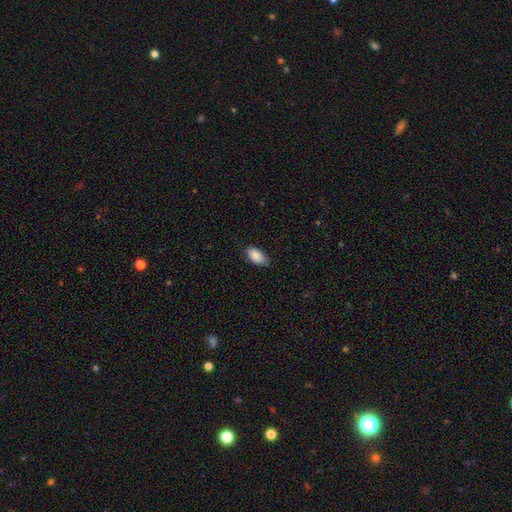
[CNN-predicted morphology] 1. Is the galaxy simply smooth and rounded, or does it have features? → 89% smooth, 7% star or artifact, 5% featured or disk.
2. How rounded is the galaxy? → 93% in between, 4% cigar-shaped, 3% round.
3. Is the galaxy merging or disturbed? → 75% none, 21% minor disturbance, 3% major disturbance, 1% merger.